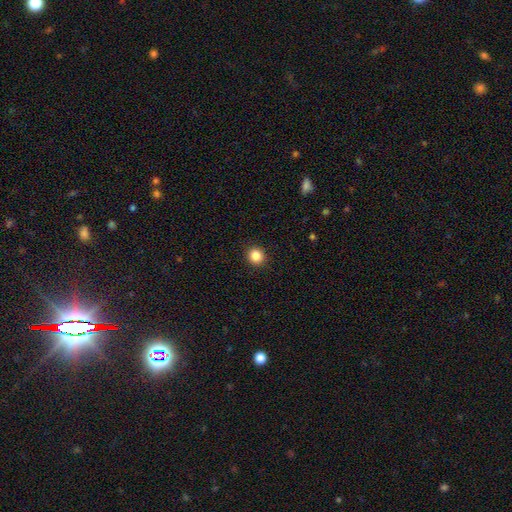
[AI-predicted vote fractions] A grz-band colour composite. It shows a smooth galaxy with no disk features (85%) that is round (91%). Merging: none (93%).